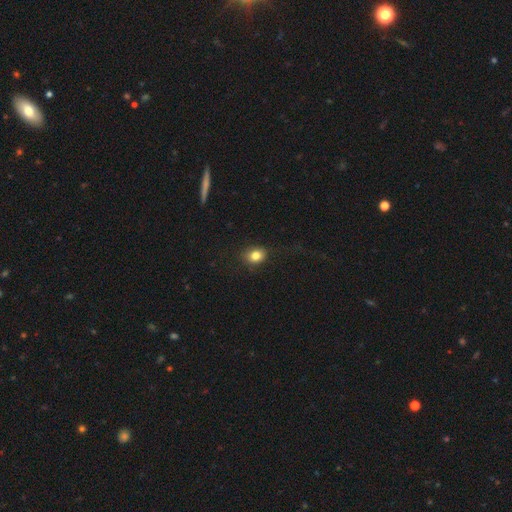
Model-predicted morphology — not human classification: smooth_or_featured: smooth (p=0.82) [alt: star or artifact p=0.11]
how_rounded: round (p=0.50) [alt: in between p=0.49]
merging: none (p=0.82) [alt: minor disturbance p=0.13]